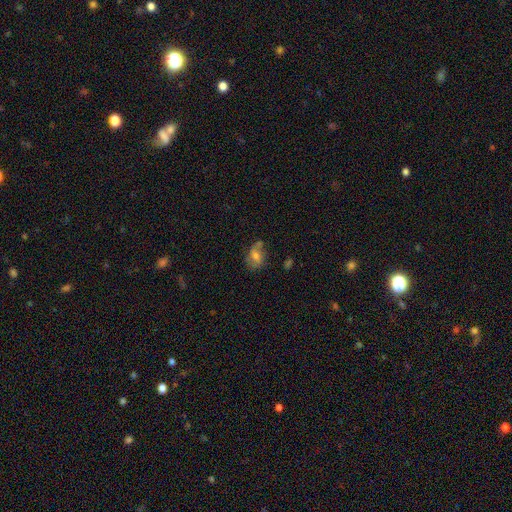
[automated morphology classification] Overall: smooth (52%; featured or disk 35%). How rounded: in between (72%). Merging: none (53%; minor disturbance 27%).